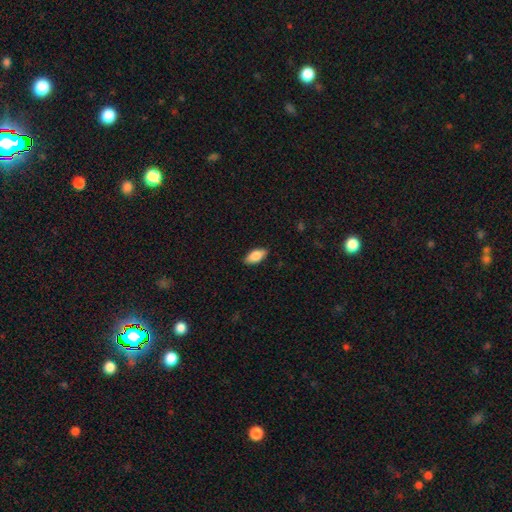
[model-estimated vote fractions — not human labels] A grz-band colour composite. It shows a smooth galaxy with no disk features (82%) that is in between round and cigar-shaped (89%). Merging: none (87%).